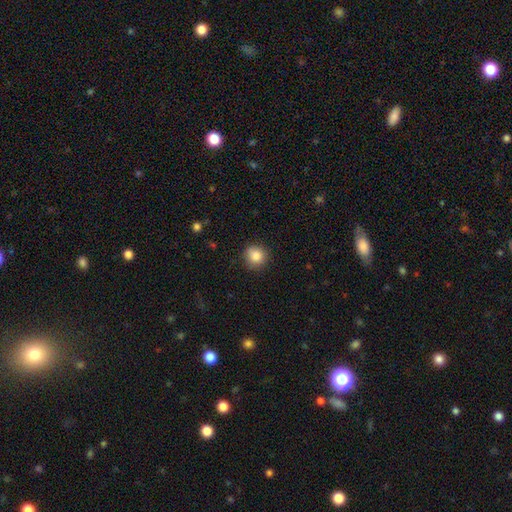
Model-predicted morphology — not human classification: Smooth or featured? smooth (85%)
How rounded? round (92%)
Merging? none (89%)